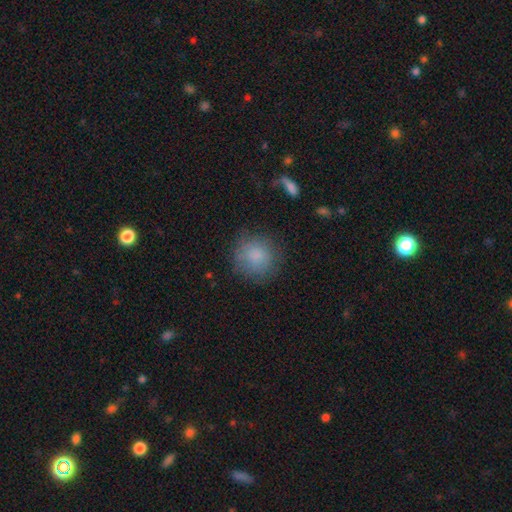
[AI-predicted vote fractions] smooth 82%, featured or disk 10%, star or artifact 8%. Down the decision tree: how rounded — round (92%); merging — none (77%).